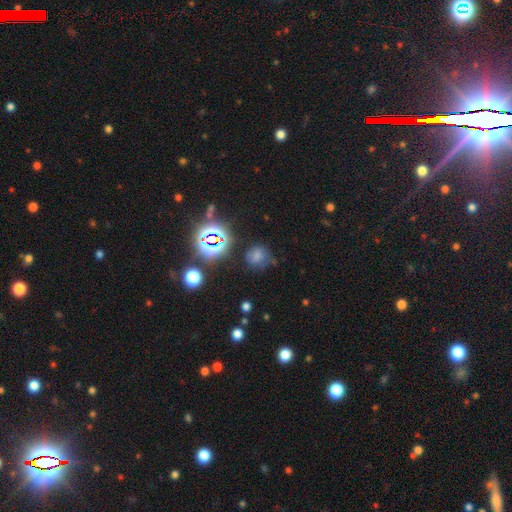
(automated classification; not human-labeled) A smooth galaxy with no disk features (49%). Merging: none (67%).